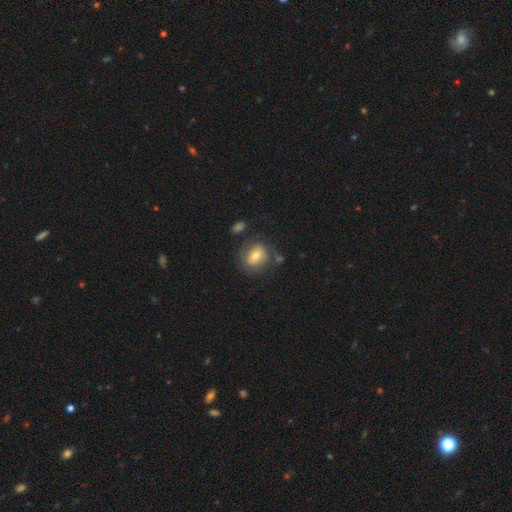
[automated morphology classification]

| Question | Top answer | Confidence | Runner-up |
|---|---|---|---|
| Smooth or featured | smooth | 61% | featured or disk (29%) |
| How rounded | round | 54% | in between (45%) |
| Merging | none | 65% | minor disturbance (17%) |